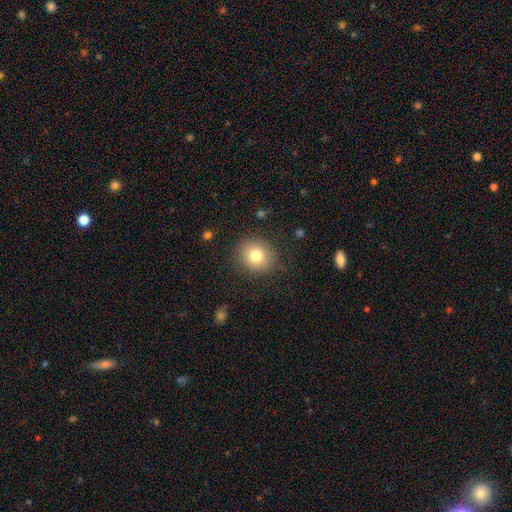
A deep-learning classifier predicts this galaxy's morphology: smooth 77%, star or artifact 12%, featured or disk 11%. Down the decision tree: how rounded — round (79%); merging — none (86%).